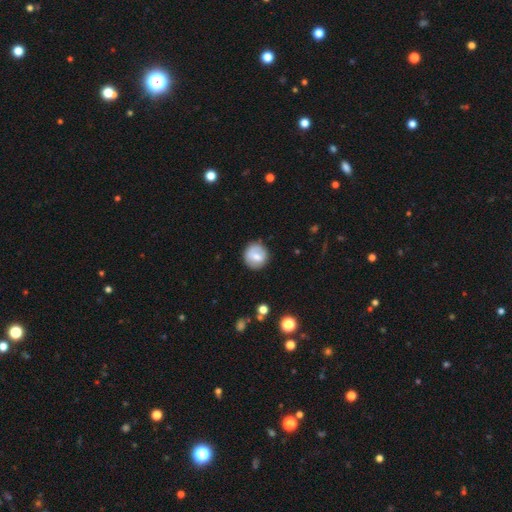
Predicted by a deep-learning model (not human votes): Smooth or featured? smooth (72%)
How rounded? round (90%)
Merging? none (81%)